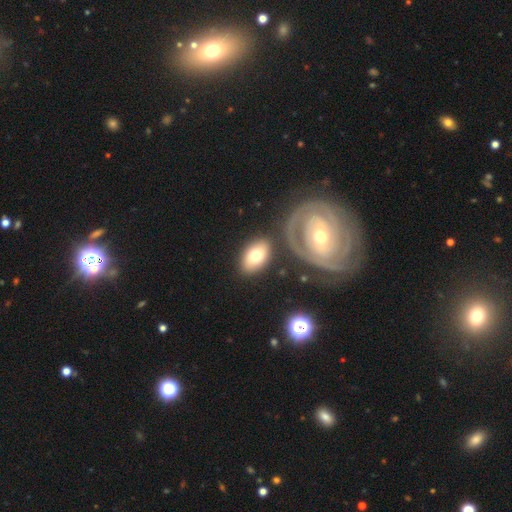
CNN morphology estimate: Smooth or featured?
  - smooth: 66% *
  - featured or disk: 27%
  - star or artifact: 7%
How rounded?
  - in between: 88% *
  - round: 11%
  - cigar-shaped: 2%
Merging?
  - none: 72% *
  - minor disturbance: 13%
  - merger: 10%
  - major disturbance: 5%